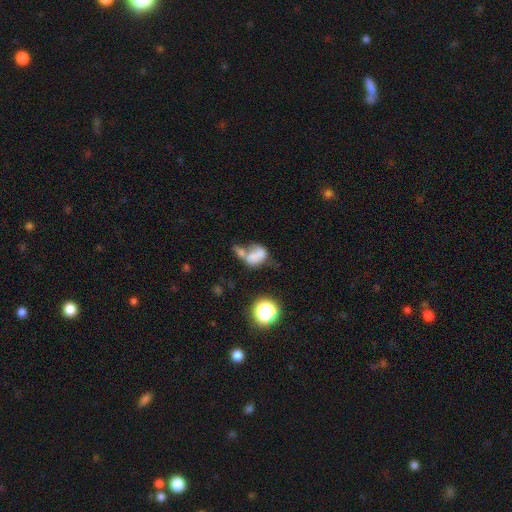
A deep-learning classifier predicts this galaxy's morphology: type=smooth (61%); roundness=in between (72%); merging=merger (60%).